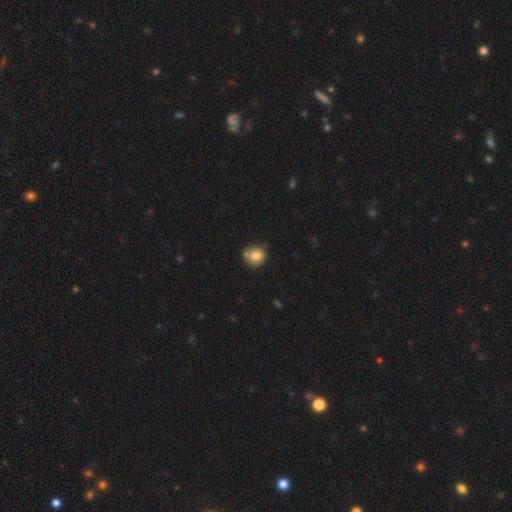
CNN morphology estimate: smooth-or-featured: smooth: 79% | featured or disk: 12% | star or artifact: 10%
  how-rounded: round: 80% | in between: 19% | cigar-shaped: 1%
  merging: none: 63% | minor disturbance: 24% | merger: 8% | major disturbance: 4%